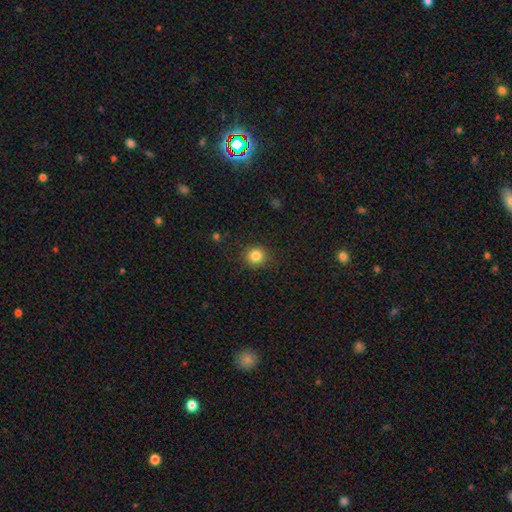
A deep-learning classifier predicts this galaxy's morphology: Smooth or featured? Predicted: smooth (p=0.84). How rounded? Predicted: round (p=0.91). Merging? Predicted: none (p=0.89).